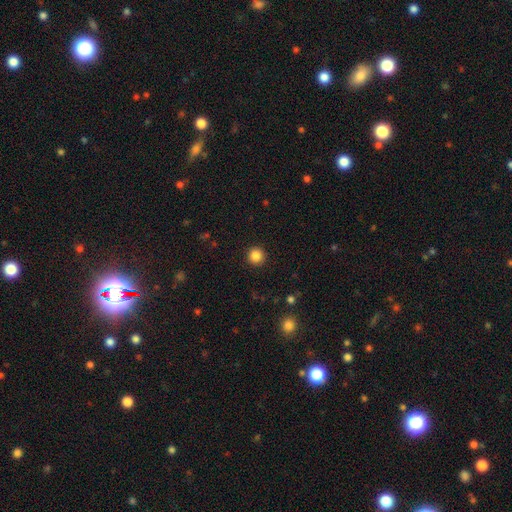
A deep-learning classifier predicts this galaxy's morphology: A smooth galaxy with no disk features (86%) that is round (95%).

Vote fractions:
- Smooth or featured? smooth: 86% / star or artifact: 11% / featured or disk: 3%
- How rounded? round: 95% / in between: 4% / cigar-shaped: 1%
- Merging? none: 92% / minor disturbance: 5% / major disturbance: 2% / merger: 1%